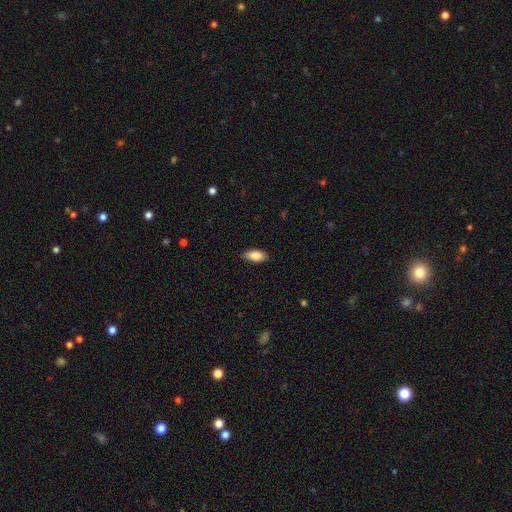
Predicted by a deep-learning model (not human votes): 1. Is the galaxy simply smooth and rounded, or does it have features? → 87% smooth, 7% star or artifact, 6% featured or disk.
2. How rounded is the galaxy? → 90% in between, 7% cigar-shaped, 3% round.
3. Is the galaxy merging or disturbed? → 85% none, 12% minor disturbance, 2% major disturbance, 1% merger.